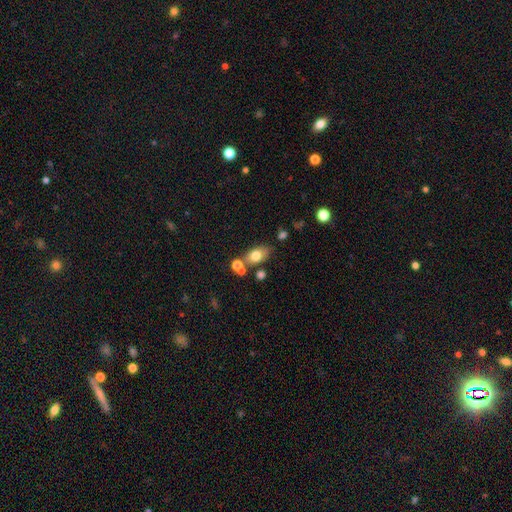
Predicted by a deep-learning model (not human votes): Smooth or featured? smooth (72%)
How rounded? in between (82%)
Merging? none (62%)